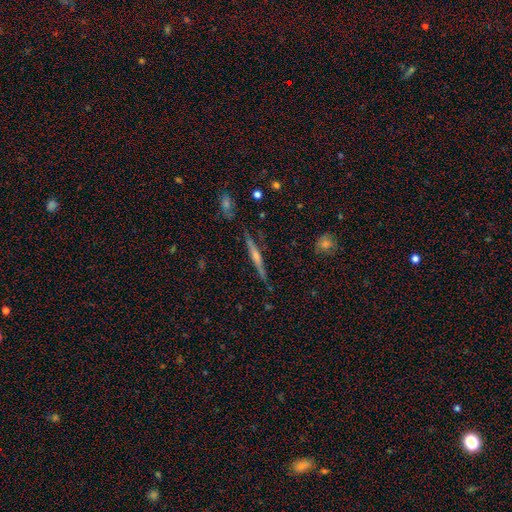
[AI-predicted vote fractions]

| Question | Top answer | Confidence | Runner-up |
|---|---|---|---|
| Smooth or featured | featured or disk | 70% | smooth (22%) |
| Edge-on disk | yes | 97% | no (3%) |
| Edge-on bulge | rounded | 67% | none (22%) |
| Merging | none | 84% | minor disturbance (11%) |